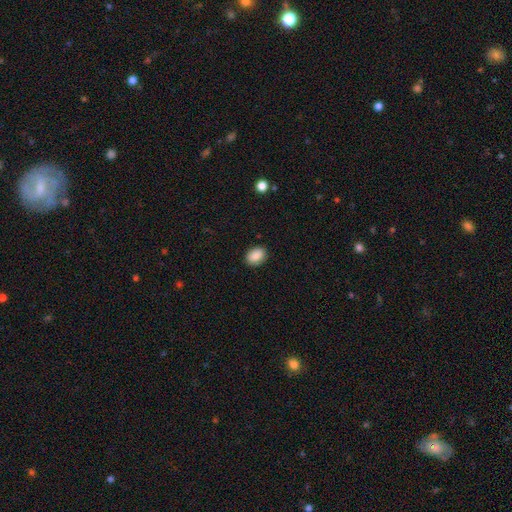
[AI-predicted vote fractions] Smooth or featured? Predicted: smooth (p=0.88). How rounded? Predicted: in between (p=0.76). Merging? Predicted: none (p=0.88).